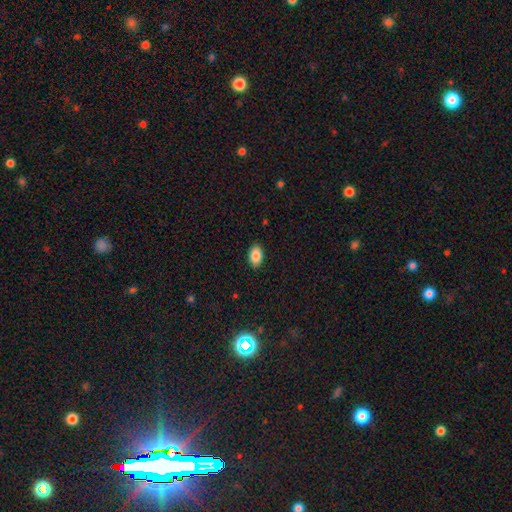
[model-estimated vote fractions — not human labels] Q: Smooth or featured?
A: smooth (87%); runner-up: star or artifact (8%)
Q: How rounded?
A: in between (91%); runner-up: round (7%)
Q: Merging?
A: none (89%); runner-up: minor disturbance (8%)